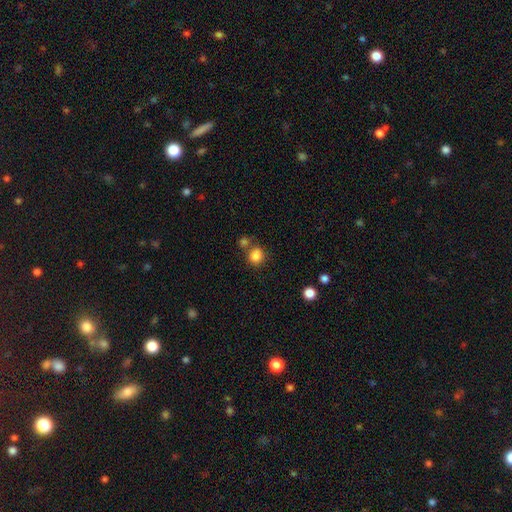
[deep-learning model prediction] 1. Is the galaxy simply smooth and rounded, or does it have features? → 84% smooth, 11% star or artifact, 5% featured or disk.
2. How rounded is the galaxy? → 75% round, 24% in between, 1% cigar-shaped.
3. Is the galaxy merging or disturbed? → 60% none, 23% merger, 13% minor disturbance, 5% major disturbance.